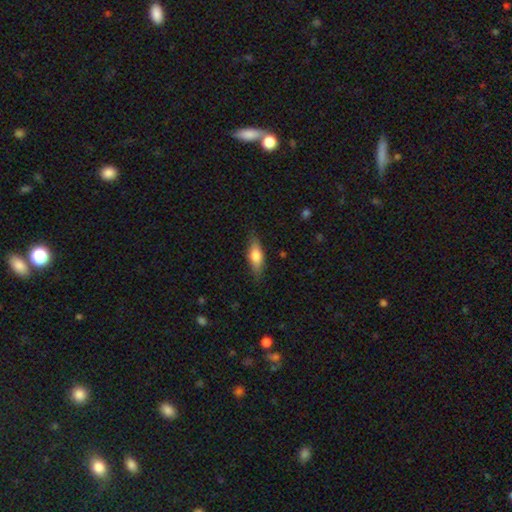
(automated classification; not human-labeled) Morphology: type=smooth (69%); roundness=in between (62%); merging=none (82%).